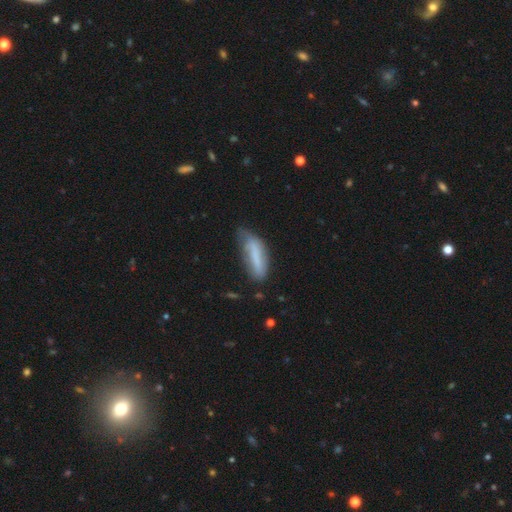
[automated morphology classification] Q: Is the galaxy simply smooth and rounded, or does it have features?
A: smooth — 67%.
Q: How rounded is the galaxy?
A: cigar-shaped — 56%.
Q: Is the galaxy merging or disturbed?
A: none — 46%.